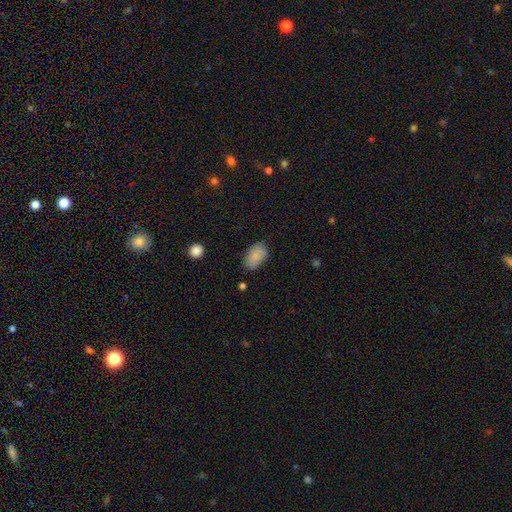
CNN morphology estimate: Smooth or featured? Predicted: smooth (p=0.84). How rounded? Predicted: in between (p=0.91). Merging? Predicted: none (p=0.74).